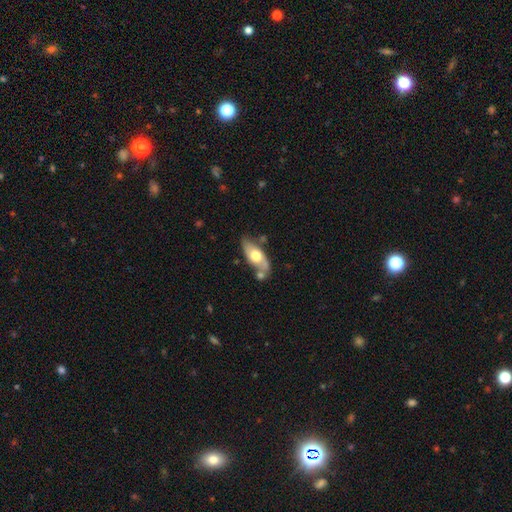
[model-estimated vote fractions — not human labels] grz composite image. It shows a featured or disk galaxy (48%). Merging: none (60%).